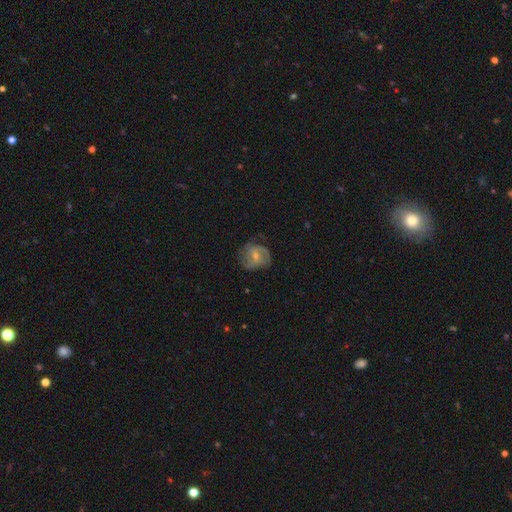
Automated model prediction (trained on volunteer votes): The model was most divided on "bar": no: 51%, weak: 40%, strong: 9%. More confident: edge-on disk — no (97%); spiral arms — yes (77%); merging — none (58%); smooth or featured — featured or disk (57%); bulge size — small (54%).